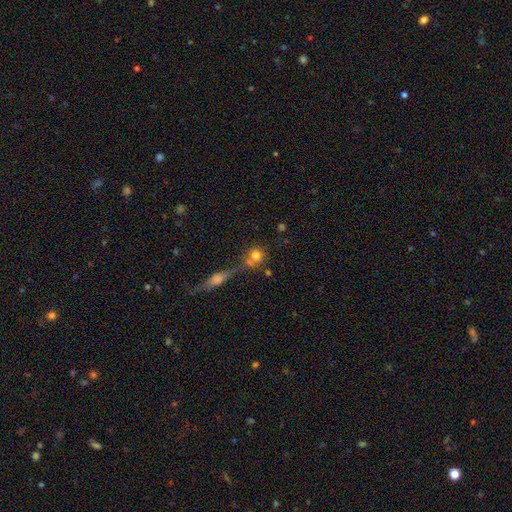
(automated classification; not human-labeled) Smooth or featured: smooth — 72% (featured or disk — 15%)
How rounded: round — 87% (in between — 10%)
Merging: none — 52% (merger — 33%)